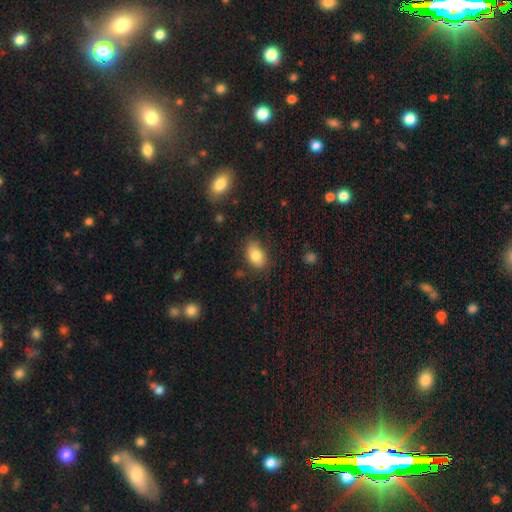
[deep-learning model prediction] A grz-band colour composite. It shows a smooth galaxy with no disk features (83%) that is in between round and cigar-shaped (86%). Merging: none (75%).